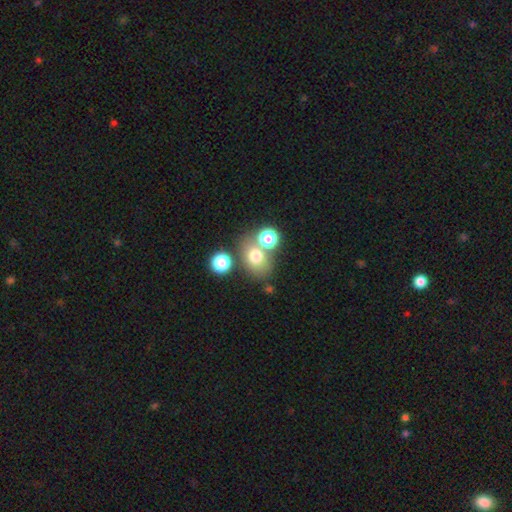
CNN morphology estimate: Overall: smooth (70%). How rounded: in between (51%; round 48%). Merging: none (57%; merger 26%).